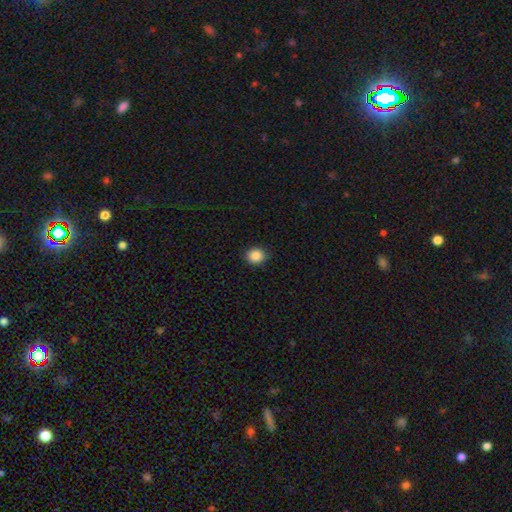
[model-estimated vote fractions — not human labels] Overall: smooth (87%). How rounded: round (77%). Merging: none (87%).